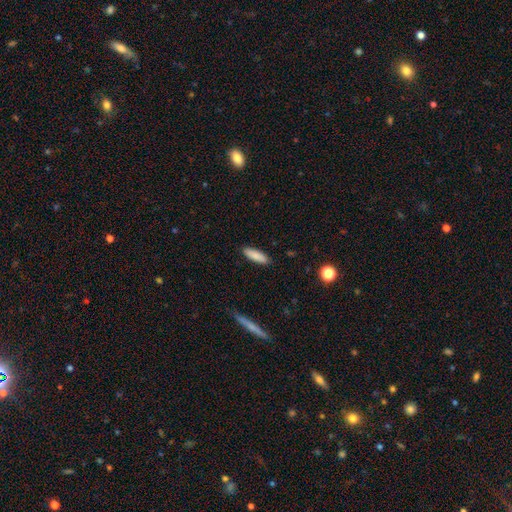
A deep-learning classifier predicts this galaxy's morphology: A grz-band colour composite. It shows a smooth galaxy with no disk features (87%) that is cigar-shaped (53%). Merging: none (89%).